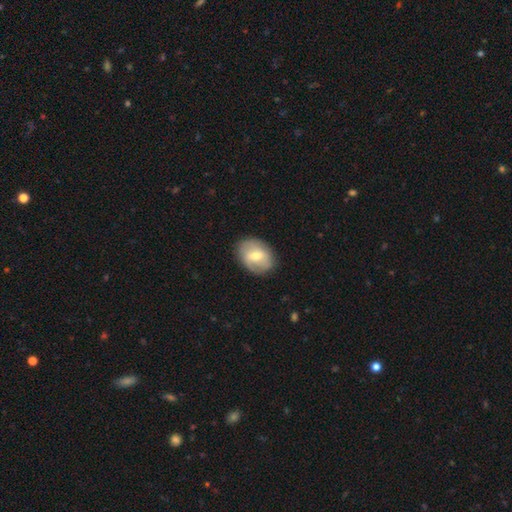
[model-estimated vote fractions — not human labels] smooth-or-featured: smooth: 48% | featured or disk: 44% | star or artifact: 7%
  merging: none: 83% | minor disturbance: 12% | major disturbance: 3% | merger: 1%